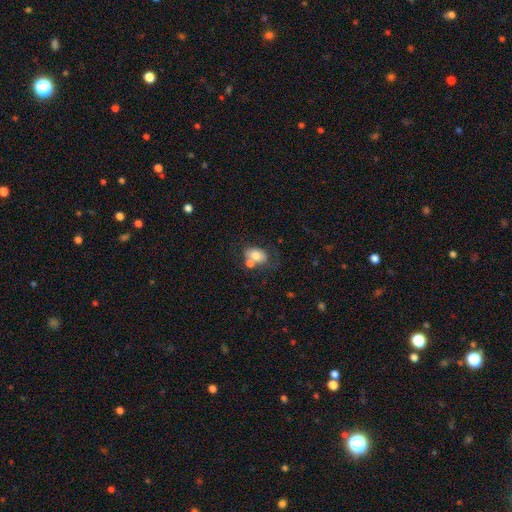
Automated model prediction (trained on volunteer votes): A smooth galaxy with no disk features (71%) that is in between round and cigar-shaped (77%). Merging: none (41%).